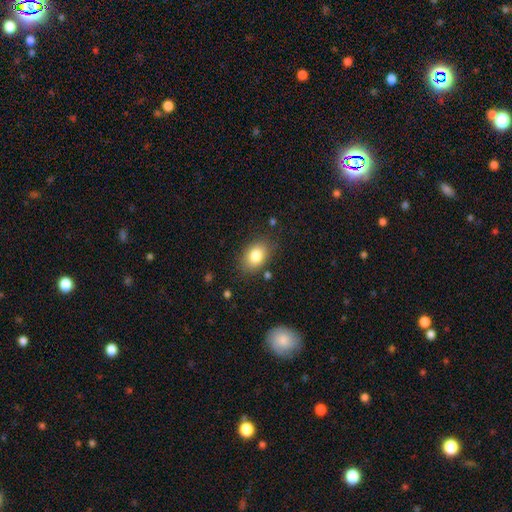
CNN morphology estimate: Smooth or featured?
  - smooth: 82% *
  - featured or disk: 9%
  - star or artifact: 9%
How rounded?
  - in between: 78% *
  - round: 21%
  - cigar-shaped: 1%
Merging?
  - none: 80% *
  - minor disturbance: 14%
  - major disturbance: 4%
  - merger: 2%